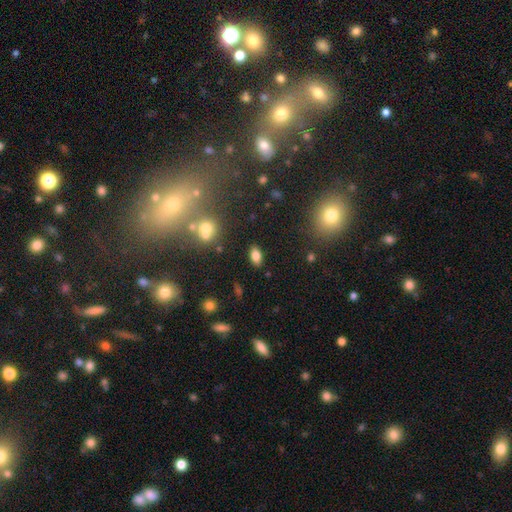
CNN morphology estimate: A smooth galaxy with no disk features (78%) that is in between round and cigar-shaped (89%). Merging: none (86%).